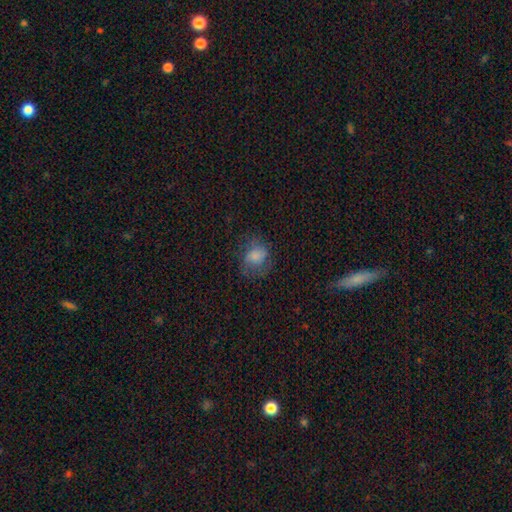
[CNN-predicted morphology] type=smooth (70%); roundness=round (55%); merging=none (58%).